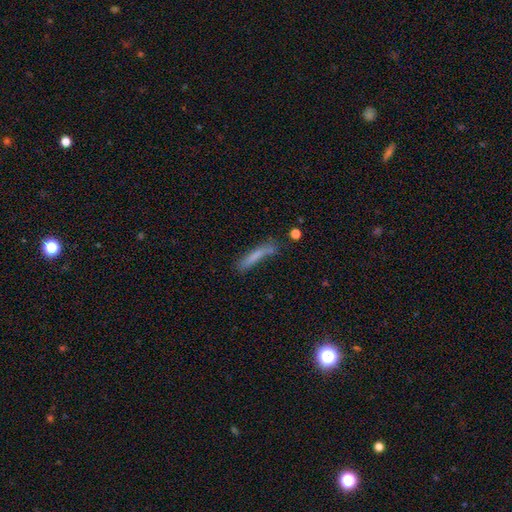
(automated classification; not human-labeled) Overall: smooth (72%). How rounded: cigar-shaped (90%). Merging: none (59%; minor disturbance 22%).